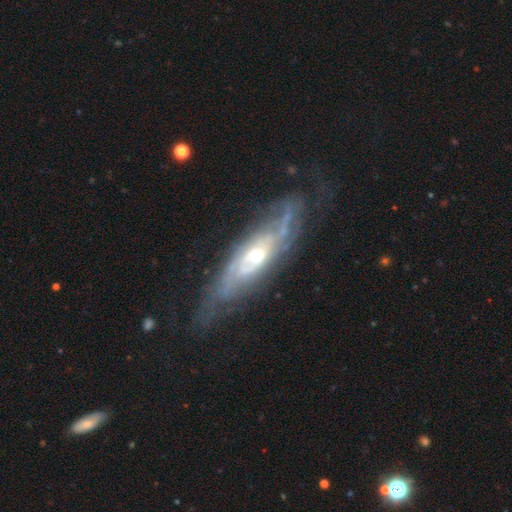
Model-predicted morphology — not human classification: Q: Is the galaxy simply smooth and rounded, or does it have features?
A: featured or disk — 85%.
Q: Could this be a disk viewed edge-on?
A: no — 76%.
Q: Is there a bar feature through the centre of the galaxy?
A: no — 60%.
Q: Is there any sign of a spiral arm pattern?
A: yes — 92%.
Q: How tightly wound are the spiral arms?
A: tight — 54%.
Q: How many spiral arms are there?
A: can't tell — 46%.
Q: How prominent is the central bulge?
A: moderate — 58%.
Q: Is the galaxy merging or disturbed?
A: none — 69%.